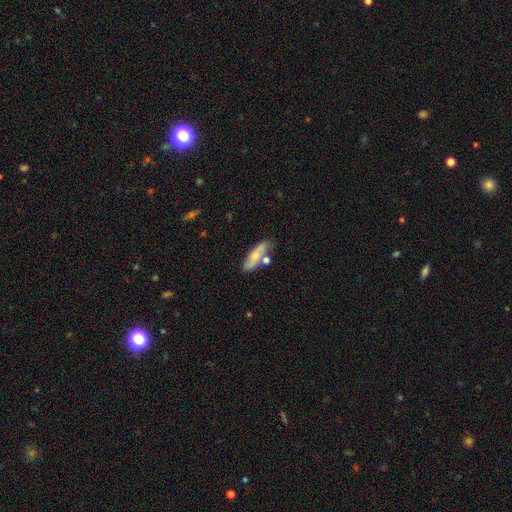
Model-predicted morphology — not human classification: A smooth galaxy with no disk features (56%) that is in between round and cigar-shaped (52%).

Vote fractions:
- Smooth or featured? smooth: 56% / featured or disk: 37% / star or artifact: 6%
- How rounded? in between: 52% / cigar-shaped: 44% / round: 4%
- Merging? none: 63% / minor disturbance: 18% / merger: 15% / major disturbance: 4%